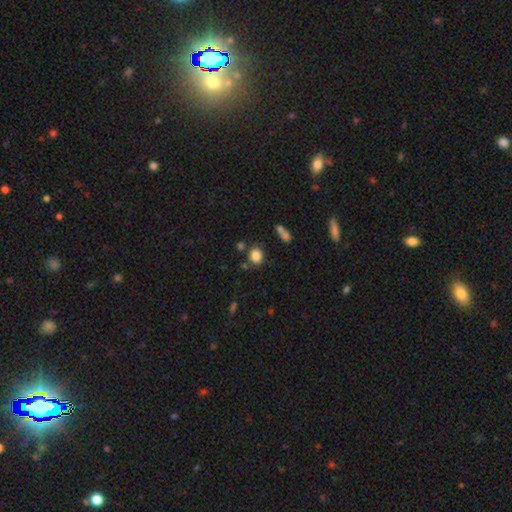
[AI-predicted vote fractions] This appears to be a smooth galaxy with no disk features (84%) that is round (70%). Merging: none (74%).